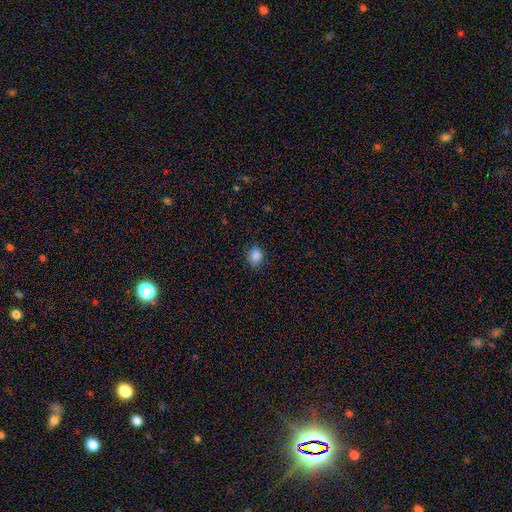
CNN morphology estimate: Smooth or featured?
  - smooth: 86% *
  - star or artifact: 10%
  - featured or disk: 3%
How rounded?
  - round: 63% *
  - in between: 36%
  - cigar-shaped: 1%
Merging?
  - none: 85% *
  - minor disturbance: 11%
  - major disturbance: 3%
  - merger: 1%